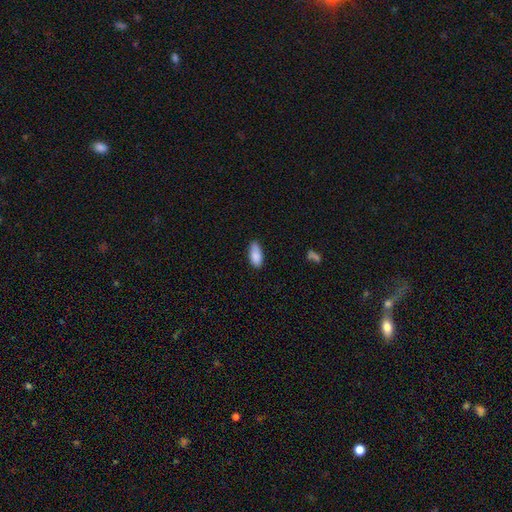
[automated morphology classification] smooth 88%, star or artifact 7%, featured or disk 5%. Down the decision tree: how rounded — in between (86%); merging — none (73%).